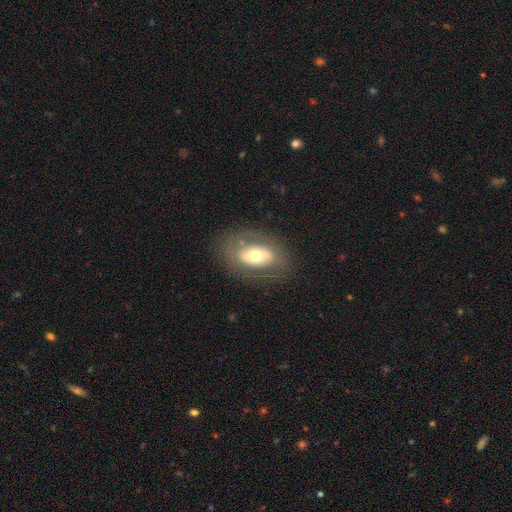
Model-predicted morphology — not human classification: smooth-or-featured: smooth: 48% | featured or disk: 44% | star or artifact: 8%
  merging: none: 76% | minor disturbance: 14% | major disturbance: 8% | merger: 1%